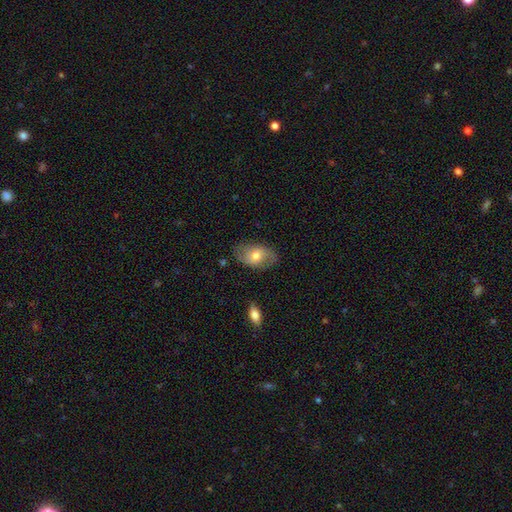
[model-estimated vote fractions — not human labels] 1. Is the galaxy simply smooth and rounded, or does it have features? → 51% smooth, 42% featured or disk, 7% star or artifact.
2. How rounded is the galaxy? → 87% in between, 12% round, 2% cigar-shaped.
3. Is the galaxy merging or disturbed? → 75% none, 18% minor disturbance, 6% major disturbance, 2% merger.